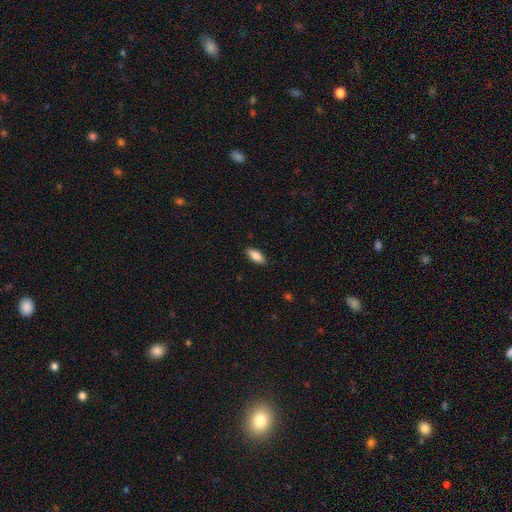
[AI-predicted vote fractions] A smooth galaxy with no disk features (85%) that is in between round and cigar-shaped (85%). Merging: none (88%).